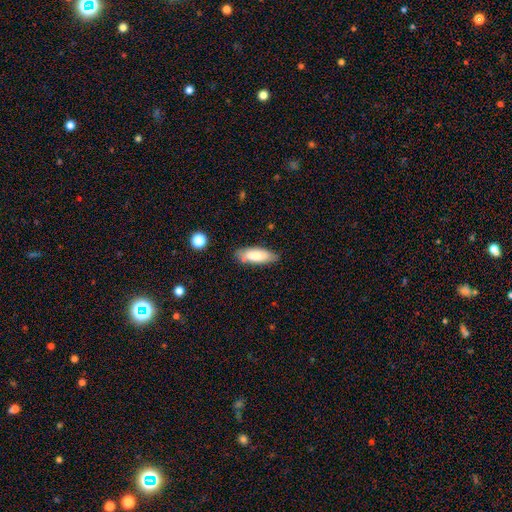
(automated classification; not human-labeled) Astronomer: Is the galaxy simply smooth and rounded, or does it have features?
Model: smooth — 78%.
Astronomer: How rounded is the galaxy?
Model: in between — 66%.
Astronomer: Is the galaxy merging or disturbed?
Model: none — 75%.